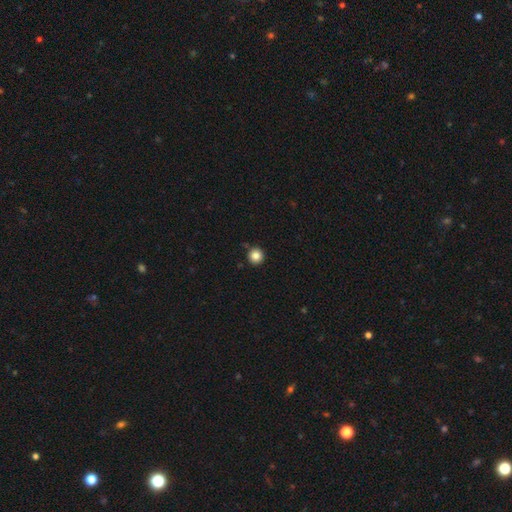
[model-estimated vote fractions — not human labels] Overall: smooth (84%). How rounded: round (95%). Merging: none (90%).